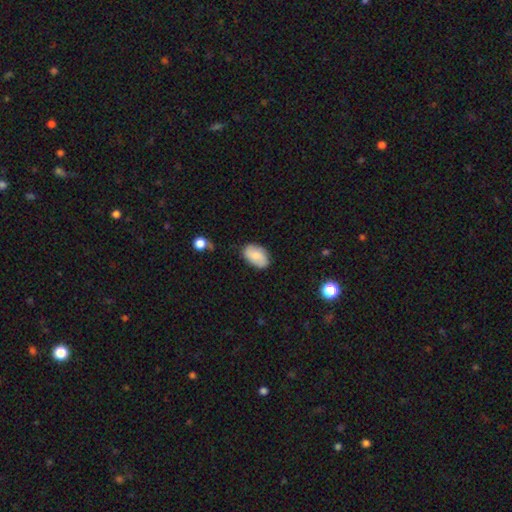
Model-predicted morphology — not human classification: This is likely a smooth galaxy (73%). How rounded: clearly in between (91%). Merging: likely none (76%).